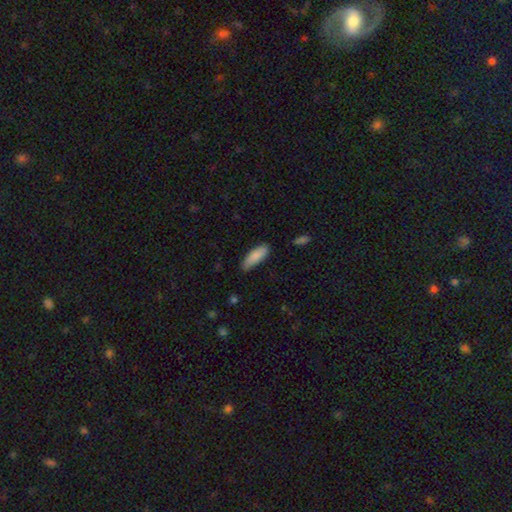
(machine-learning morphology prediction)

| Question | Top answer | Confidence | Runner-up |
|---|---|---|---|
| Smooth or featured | smooth | 88% | featured or disk (7%) |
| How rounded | in between | 63% | cigar-shaped (36%) |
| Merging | none | 79% | minor disturbance (17%) |